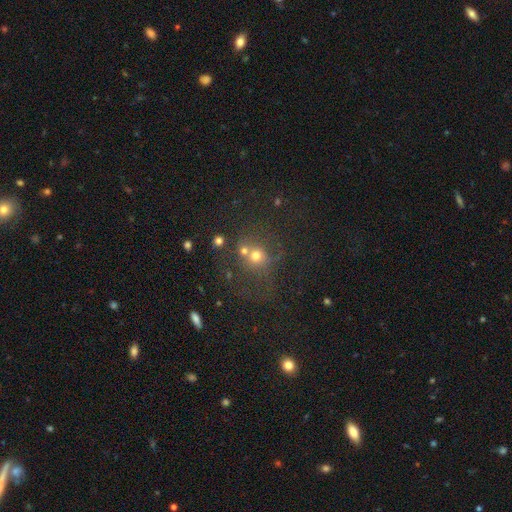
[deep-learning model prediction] Smooth or featured?
  - smooth: 62% *
  - star or artifact: 23%
  - featured or disk: 16%
How rounded?
  - round: 83% *
  - in between: 16%
  - cigar-shaped: 1%
Merging?
  - none: 51% *
  - merger: 28%
  - minor disturbance: 12%
  - major disturbance: 9%